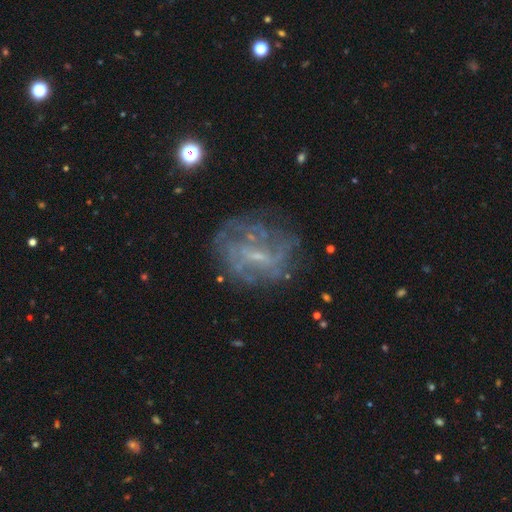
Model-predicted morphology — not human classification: featured or disk 71%, smooth 16%, star or artifact 13%. Down the decision tree: edge-on disk — no (97%); bar — weak (48%); spiral arms — yes (64%); bulge size — small (65%); merging — none (65%).